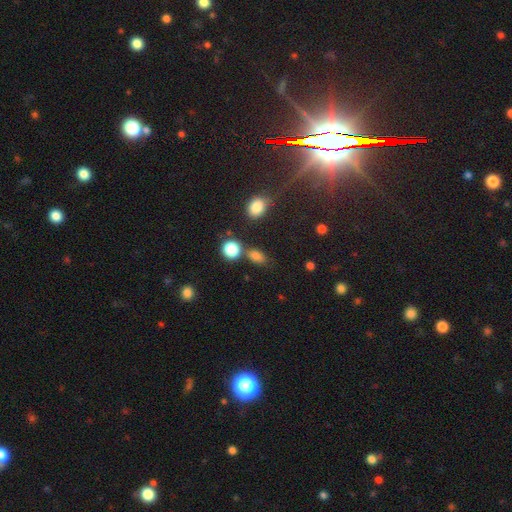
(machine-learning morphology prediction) Q: Smooth or featured?
A: smooth (79%); runner-up: star or artifact (15%)
Q: How rounded?
A: in between (71%); runner-up: round (26%)
Q: Merging?
A: none (67%); runner-up: minor disturbance (15%)